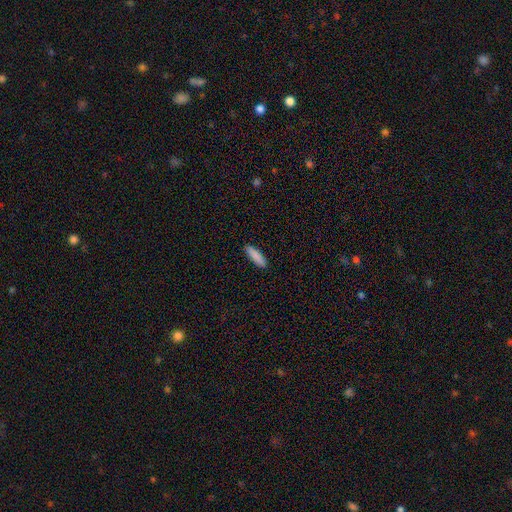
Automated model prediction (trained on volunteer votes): A smooth galaxy with no disk features (89%) that is cigar-shaped (62%).

Vote fractions:
- Smooth or featured? smooth: 89% / star or artifact: 6% / featured or disk: 6%
- How rounded? cigar-shaped: 62% / in between: 36% / round: 2%
- Merging? none: 91% / minor disturbance: 7% / major disturbance: 2% / merger: 1%